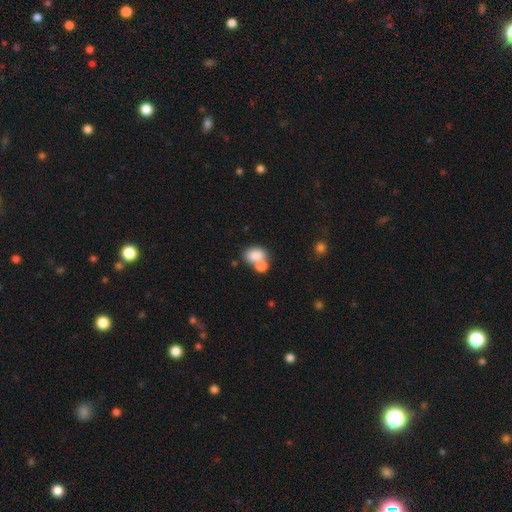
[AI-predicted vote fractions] Smooth or featured: smooth — 80% (featured or disk — 11%)
How rounded: in between — 71% (round — 27%)
Merging: merger — 52% (none — 34%)